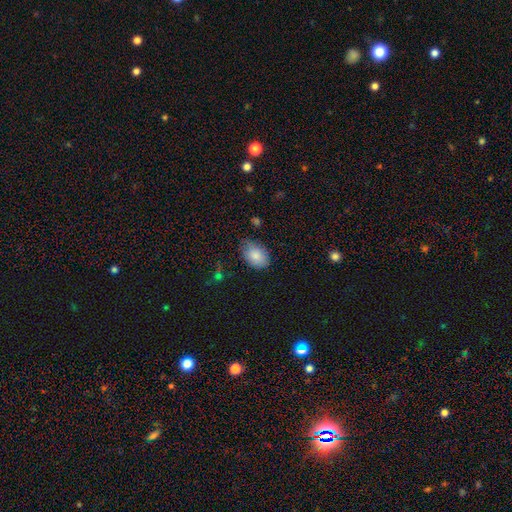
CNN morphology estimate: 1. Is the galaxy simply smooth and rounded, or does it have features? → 84% smooth, 8% featured or disk, 7% star or artifact.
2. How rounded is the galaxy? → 83% in between, 16% round, 1% cigar-shaped.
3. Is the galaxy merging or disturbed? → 70% none, 24% minor disturbance, 4% major disturbance, 2% merger.